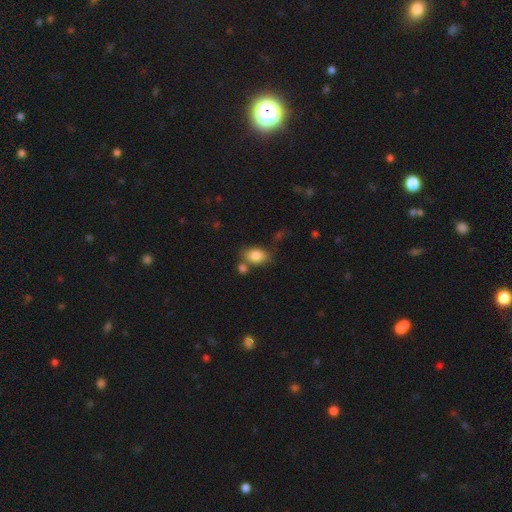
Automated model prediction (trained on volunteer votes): smooth-or-featured: smooth: 84% | star or artifact: 8% | featured or disk: 8%
  how-rounded: in between: 82% | round: 17% | cigar-shaped: 1%
  merging: none: 63% | merger: 17% | minor disturbance: 15% | major disturbance: 4%